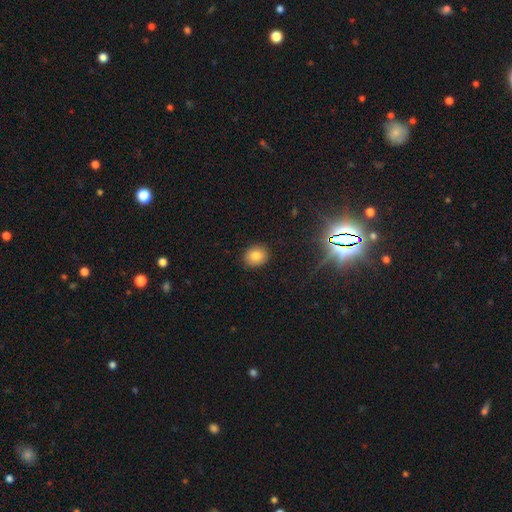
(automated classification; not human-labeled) Smooth or featured? Predicted: smooth (p=0.82). How rounded? Predicted: round (p=0.61). Merging? Predicted: none (p=0.89).